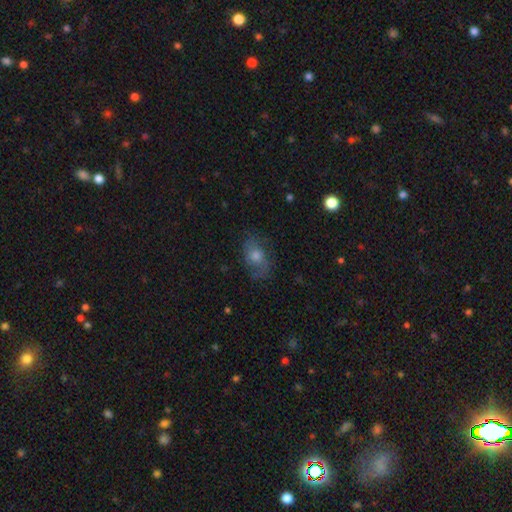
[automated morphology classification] type=featured or disk (45%); merging=none (70%).